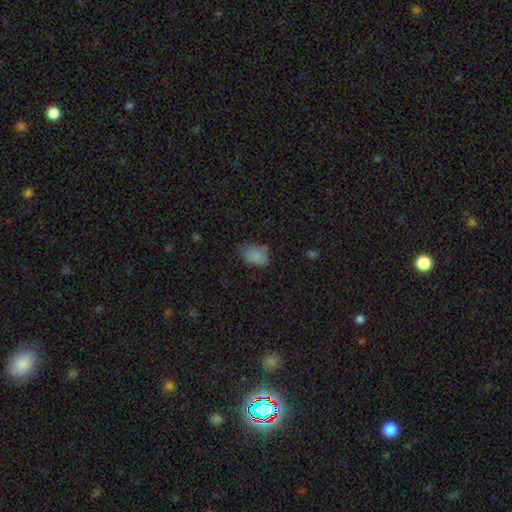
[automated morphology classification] Overall: smooth (82%). How rounded: in between (84%). Merging: none (58%; minor disturbance 30%).